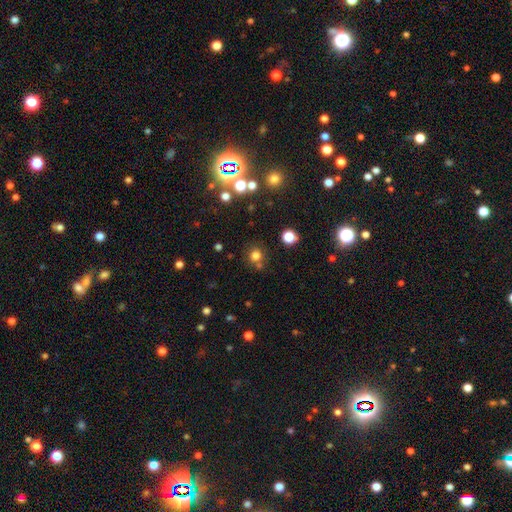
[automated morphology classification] smooth_or_featured: smooth (p=0.74) [alt: star or artifact p=0.19]
how_rounded: round (p=0.90) [alt: in between p=0.09]
merging: none (p=0.75) [alt: merger p=0.13]